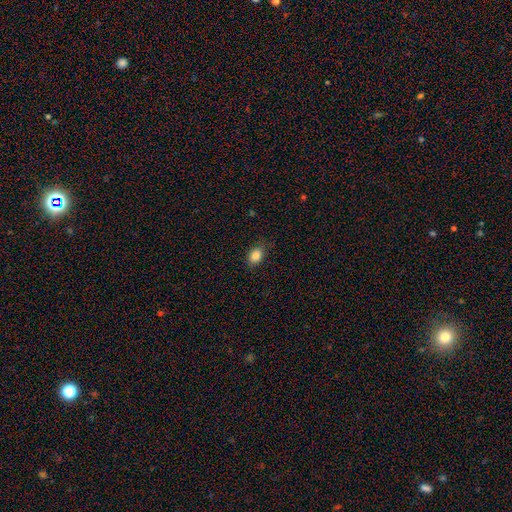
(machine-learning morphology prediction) Smooth or featured? smooth (86%)
How rounded? in between (74%)
Merging? none (81%)